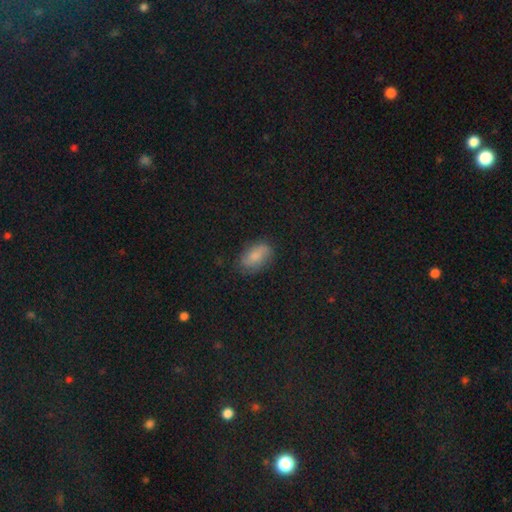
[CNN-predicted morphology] smooth 67%, featured or disk 24%, star or artifact 9%. Down the decision tree: how rounded — in between (90%); merging — none (73%).